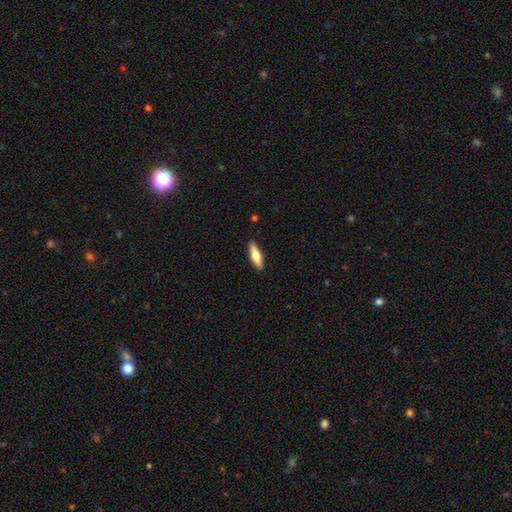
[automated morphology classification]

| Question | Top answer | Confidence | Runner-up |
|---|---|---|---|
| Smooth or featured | smooth | 67% | featured or disk (27%) |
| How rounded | in between | 51% | cigar-shaped (47%) |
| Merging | none | 90% | minor disturbance (7%) |